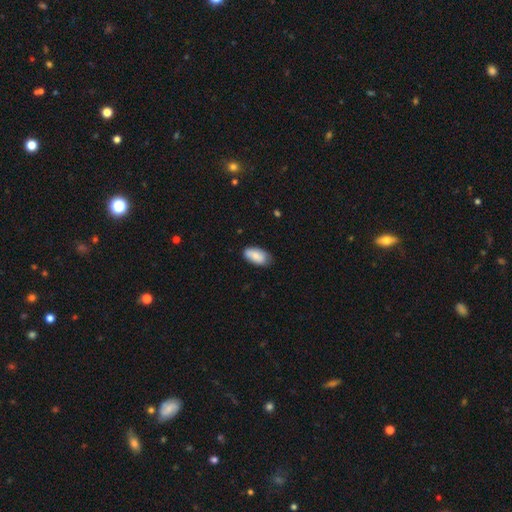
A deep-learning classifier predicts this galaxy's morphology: A smooth galaxy with no disk features (78%) that is in between round and cigar-shaped (94%). Merging: none (72%).